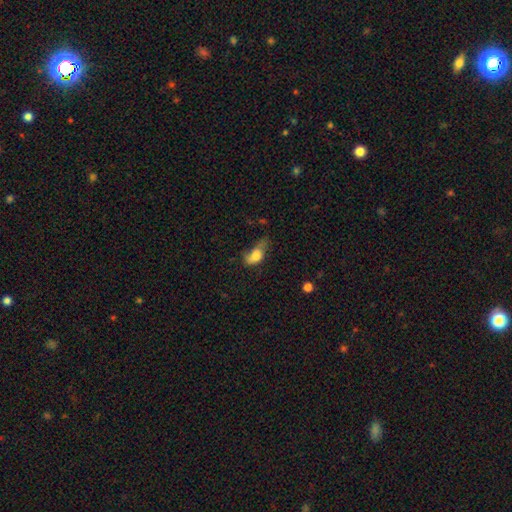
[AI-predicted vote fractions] Smooth or featured?
  - smooth: 75% *
  - featured or disk: 15%
  - star or artifact: 9%
How rounded?
  - in between: 84% *
  - round: 8%
  - cigar-shaped: 8%
Merging?
  - minor disturbance: 36% *
  - major disturbance: 33%
  - none: 25%
  - merger: 5%